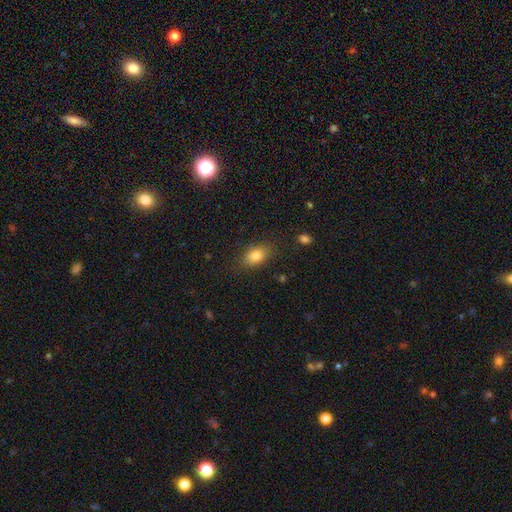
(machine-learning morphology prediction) This appears to be a smooth galaxy with no disk features (82%) that is in between round and cigar-shaped (83%). Merging: none (82%).